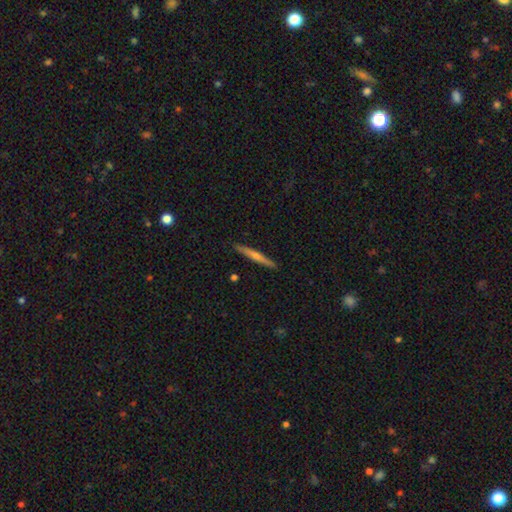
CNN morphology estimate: Q: Smooth or featured?
A: featured or disk (56%); runner-up: smooth (38%)
Q: Edge-on disk?
A: yes (97%); runner-up: no (3%)
Q: Edge-on bulge?
A: rounded (67%); runner-up: none (28%)
Q: Merging?
A: none (91%); runner-up: minor disturbance (6%)